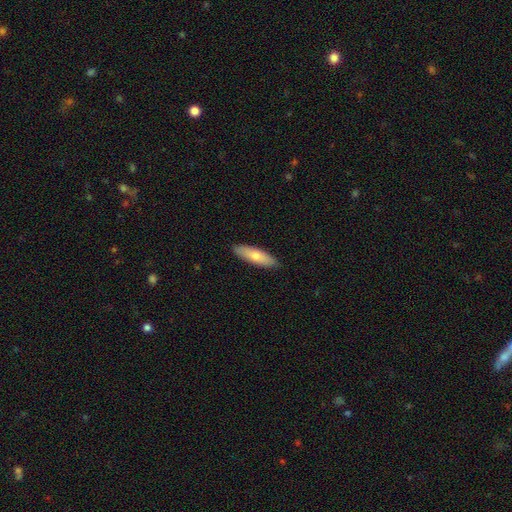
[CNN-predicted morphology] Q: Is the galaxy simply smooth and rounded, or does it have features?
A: smooth — 64%.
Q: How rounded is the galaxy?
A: cigar-shaped — 66%.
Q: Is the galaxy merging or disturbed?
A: none — 90%.